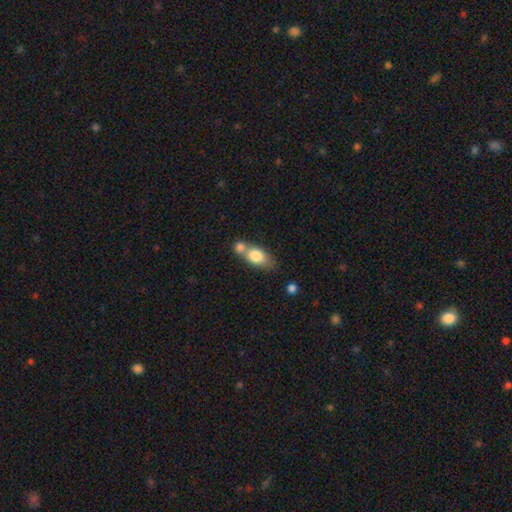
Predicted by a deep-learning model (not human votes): Smooth or featured? Predicted: smooth (p=0.77). How rounded? Predicted: in between (p=0.76). Merging? Predicted: merger (p=0.56).